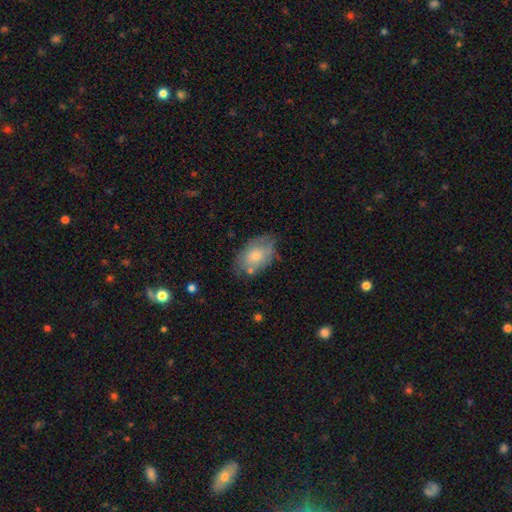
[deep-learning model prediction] Overall: smooth (66%; featured or disk 27%). How rounded: in between (88%). Merging: none (59%; minor disturbance 28%).